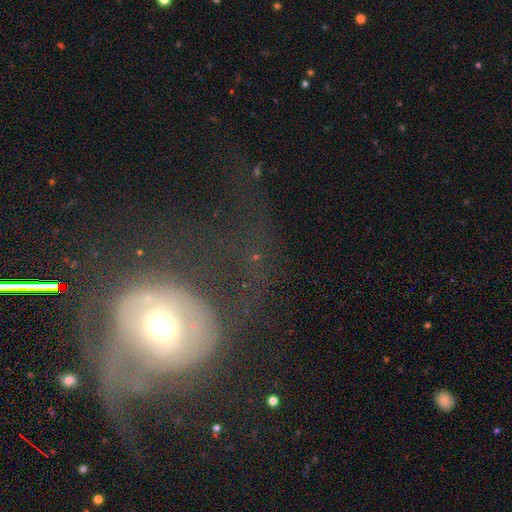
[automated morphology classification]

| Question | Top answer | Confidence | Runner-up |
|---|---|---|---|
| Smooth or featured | featured or disk | 49% | smooth (35%) |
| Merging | major disturbance | 49% | none (30%) |